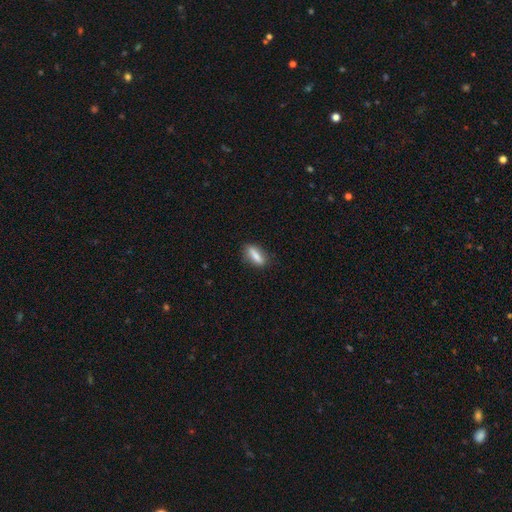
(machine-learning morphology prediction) smooth-or-featured: smooth: 76% | featured or disk: 17% | star or artifact: 7%
  how-rounded: in between: 53% | cigar-shaped: 43% | round: 4%
  merging: none: 80% | minor disturbance: 15% | major disturbance: 4% | merger: 1%